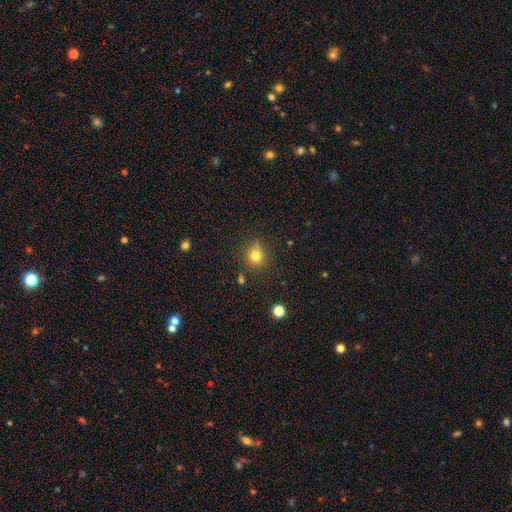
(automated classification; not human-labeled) smooth 77%, star or artifact 15%, featured or disk 8%. Down the decision tree: how rounded — round (84%); merging — none (77%).